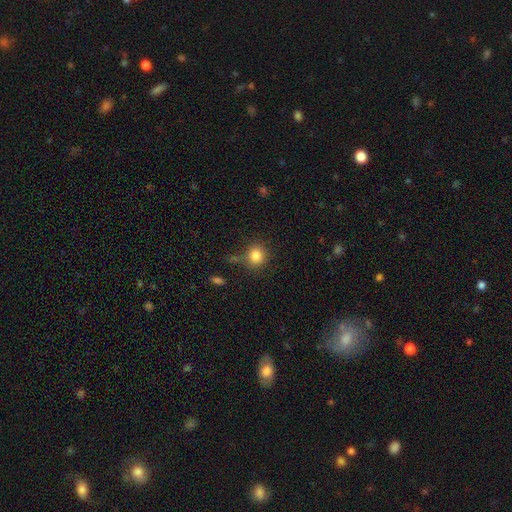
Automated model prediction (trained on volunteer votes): smooth_or_featured: smooth (p=0.83) [alt: star or artifact p=0.11]
how_rounded: round (p=0.88) [alt: in between p=0.11]
merging: none (p=0.77) [alt: minor disturbance p=0.12]